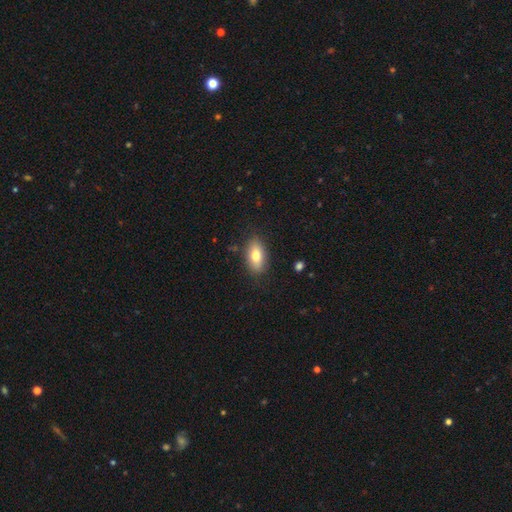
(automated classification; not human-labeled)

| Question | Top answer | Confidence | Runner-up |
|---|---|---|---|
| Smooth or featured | smooth | 78% | featured or disk (15%) |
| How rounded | in between | 89% | round (6%) |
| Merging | none | 84% | minor disturbance (12%) |